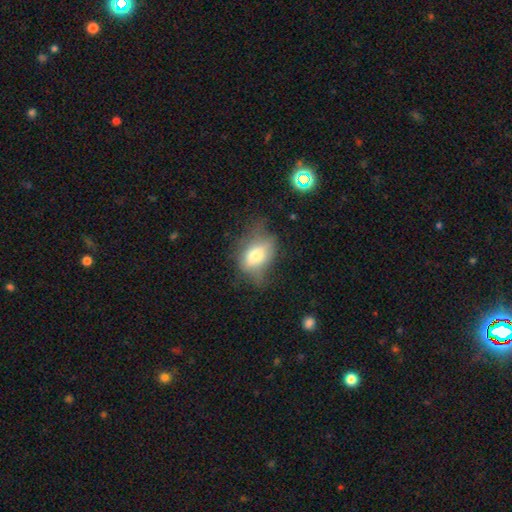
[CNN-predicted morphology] smooth-or-featured: smooth: 62% | featured or disk: 28% | star or artifact: 10%
  how-rounded: in between: 79% | round: 18% | cigar-shaped: 3%
  merging: none: 40% | minor disturbance: 32% | major disturbance: 25% | merger: 3%